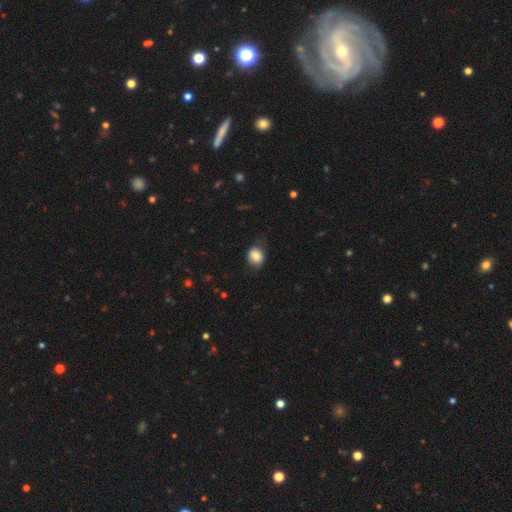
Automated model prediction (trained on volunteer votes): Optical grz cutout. It shows a smooth galaxy with no disk features (82%) that is round (62%). Merging: none (70%).